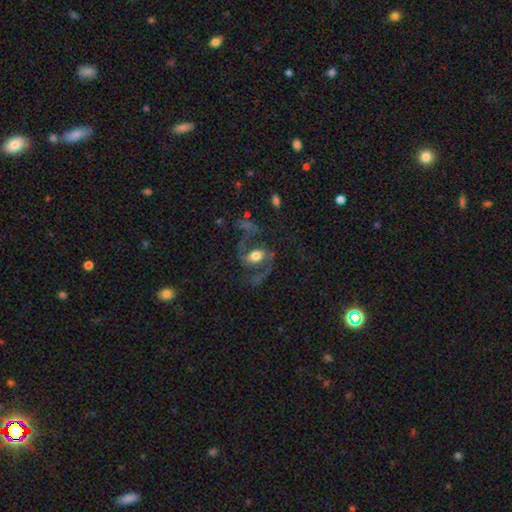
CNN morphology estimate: type=featured or disk (79%); edge-on=no (97%); bar=weak (39%); spiral arms=yes (92%); winding=medium (46%); arm count=2 (91%); bulge=moderate (59%); merging=none (59%).